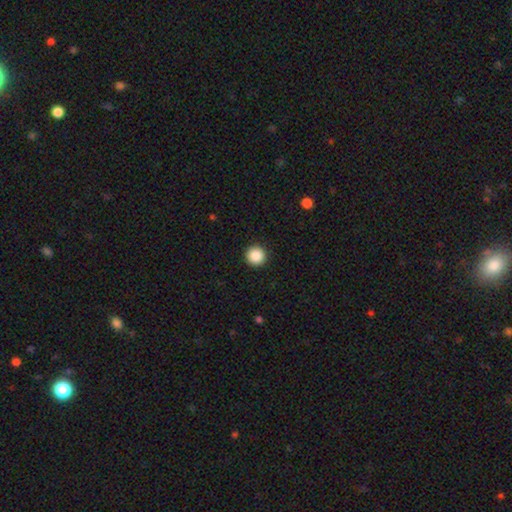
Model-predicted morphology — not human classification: Smooth or featured? Predicted: smooth (p=0.88). How rounded? Predicted: round (p=0.96). Merging? Predicted: none (p=0.93).